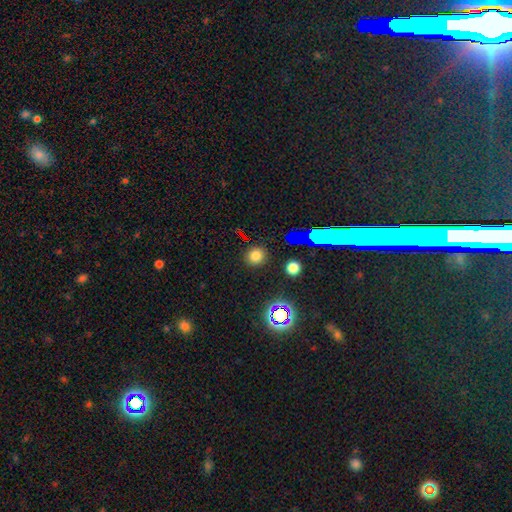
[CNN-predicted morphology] A smooth galaxy with no disk features (73%) that is round (91%). Merging: none (89%).